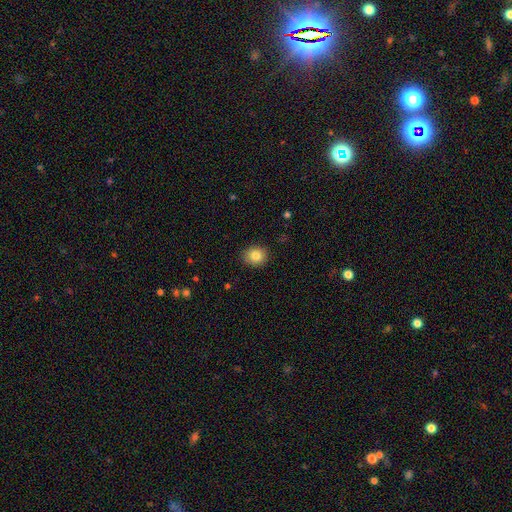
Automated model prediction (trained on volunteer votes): Overall: smooth (83%). How rounded: round (74%). Merging: none (88%).